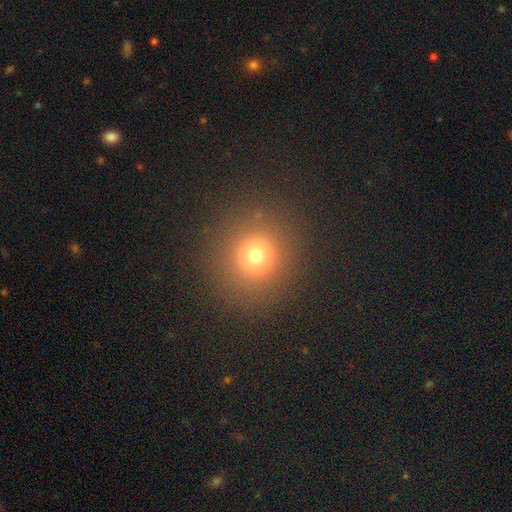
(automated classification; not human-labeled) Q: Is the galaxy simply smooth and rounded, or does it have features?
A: smooth — 71%.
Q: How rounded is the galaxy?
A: round — 92%.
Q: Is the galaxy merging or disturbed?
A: none — 88%.